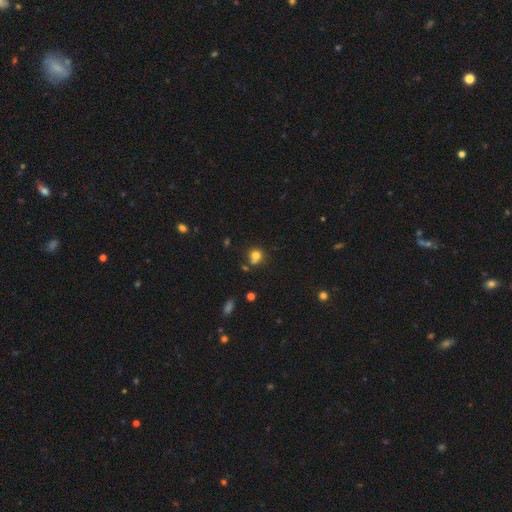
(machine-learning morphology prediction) Smooth or featured? smooth (77%)
How rounded? round (82%)
Merging? none (58%)